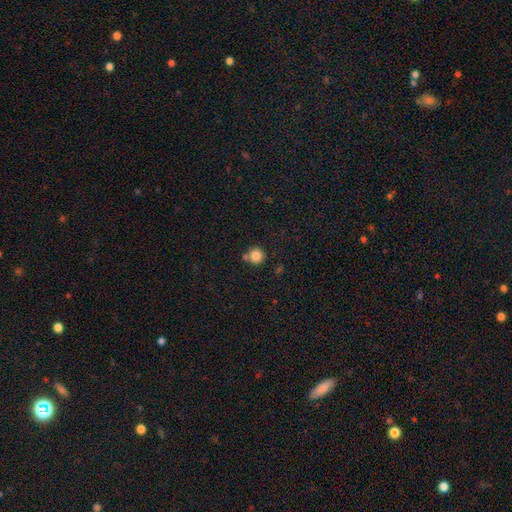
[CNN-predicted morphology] This is clearly a smooth galaxy (83%). How rounded: clearly round (93%). Merging: likely none (69%).